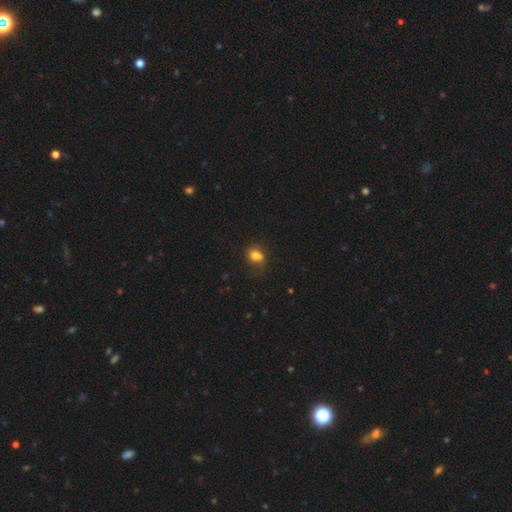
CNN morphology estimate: Smooth or featured? smooth (79%)
How rounded? in between (57%)
Merging? none (58%)